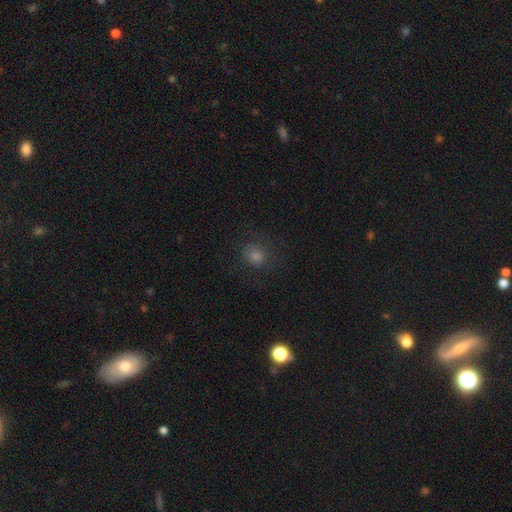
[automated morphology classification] This appears to be a smooth galaxy with no disk features (67%) that is round (83%). Merging: none (79%).